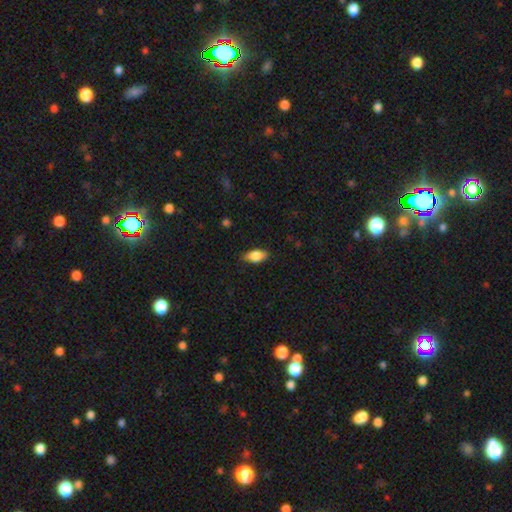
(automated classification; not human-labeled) The model was most divided on "smooth or featured": smooth: 78%, featured or disk: 15%, star or artifact: 7%. More confident: how rounded — in between (87%); merging — none (82%).